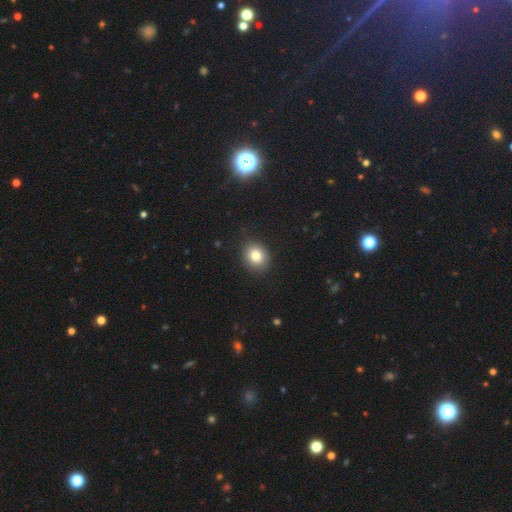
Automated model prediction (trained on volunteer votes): This appears to be a smooth galaxy with no disk features (82%) that is round (63%). Merging: none (88%).